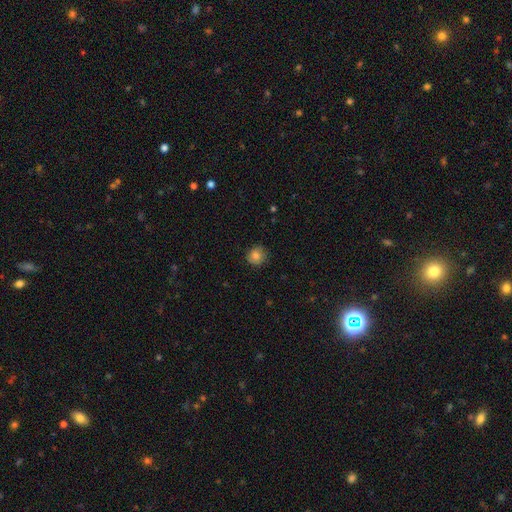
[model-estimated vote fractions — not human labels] smooth-or-featured: smooth: 82% | star or artifact: 10% | featured or disk: 8%
  how-rounded: round: 90% | in between: 9% | cigar-shaped: 1%
  merging: none: 86% | minor disturbance: 11% | major disturbance: 2% | merger: 1%